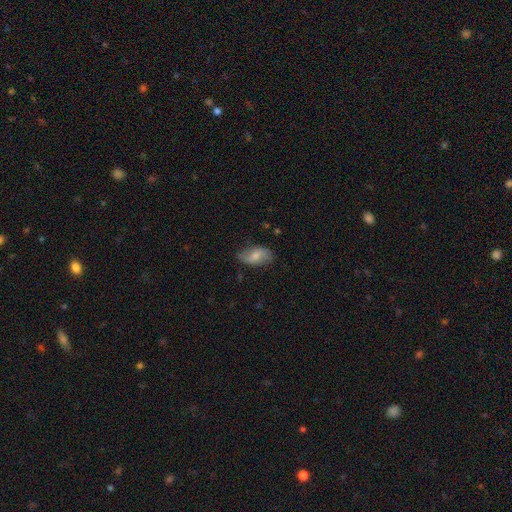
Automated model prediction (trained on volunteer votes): Smooth or featured: smooth — 57% (featured or disk — 36%)
How rounded: in between — 91% (round — 5%)
Merging: none — 73% (minor disturbance — 20%)